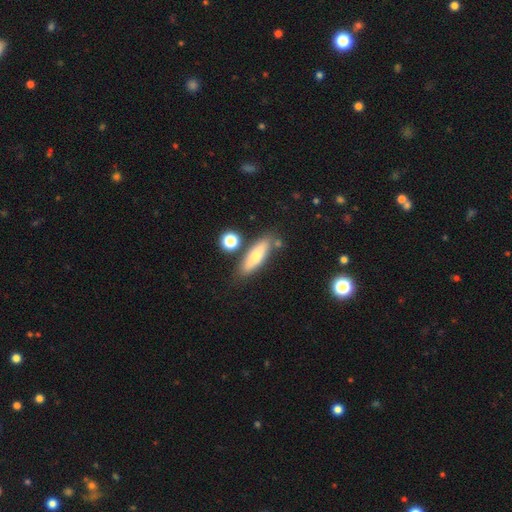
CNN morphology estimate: Overall: smooth (67%). How rounded: cigar-shaped (60%; in between 37%). Merging: none (75%).